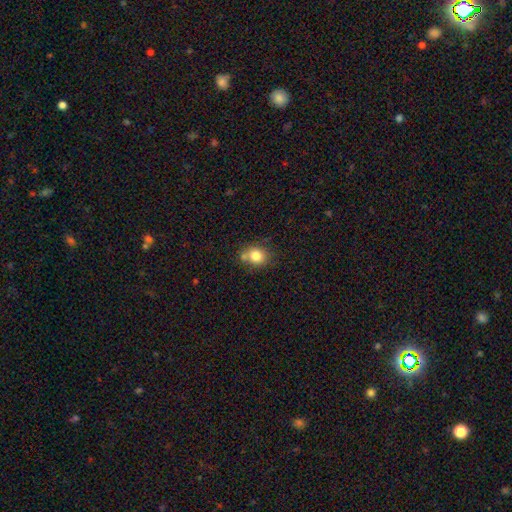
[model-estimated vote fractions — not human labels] smooth 80%, star or artifact 11%, featured or disk 9%. Down the decision tree: how rounded — round (69%); merging — none (59%).